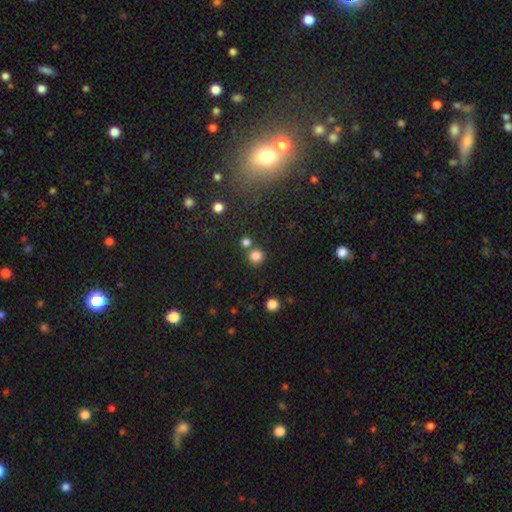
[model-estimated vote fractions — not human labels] smooth-or-featured: smooth: 81% | star or artifact: 14% | featured or disk: 5%
  how-rounded: round: 90% | in between: 9% | cigar-shaped: 1%
  merging: none: 73% | merger: 15% | minor disturbance: 9% | major disturbance: 3%